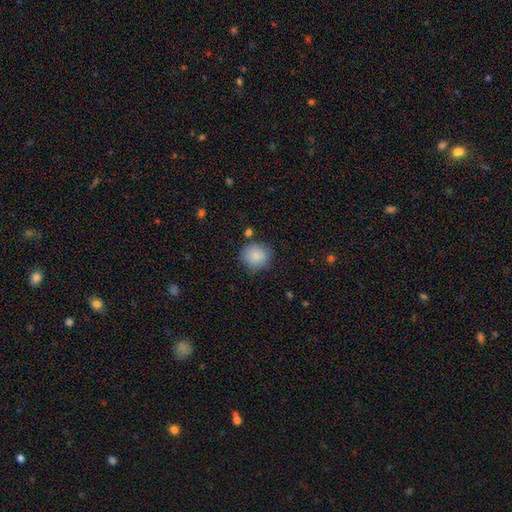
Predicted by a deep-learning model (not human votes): The model was most divided on "merging": none: 78%, minor disturbance: 15%, major disturbance: 4%, merger: 4%. More confident: smooth or featured — smooth (86%); how rounded — round (84%).